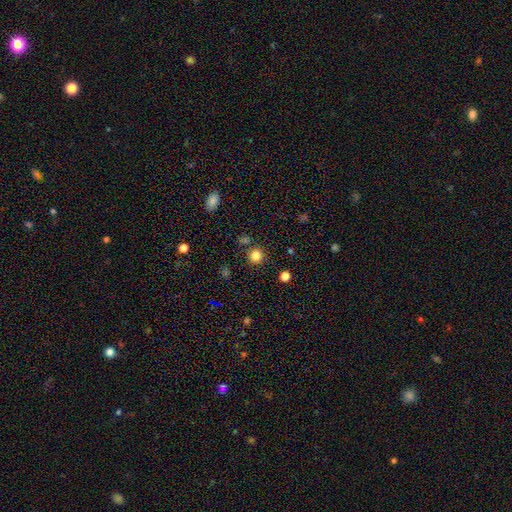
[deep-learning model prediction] Morphology: type=smooth (82%); roundness=round (93%); merging=none (88%).